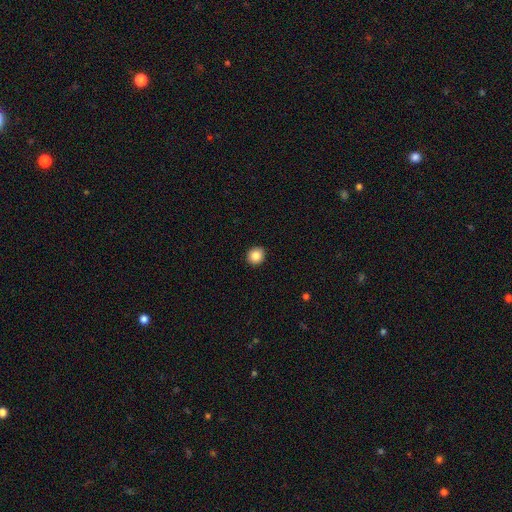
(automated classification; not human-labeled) Smooth or featured?
  - smooth: 86% *
  - star or artifact: 9%
  - featured or disk: 5%
How rounded?
  - round: 87% *
  - in between: 12%
  - cigar-shaped: 1%
Merging?
  - none: 92% *
  - minor disturbance: 5%
  - major disturbance: 2%
  - merger: 1%